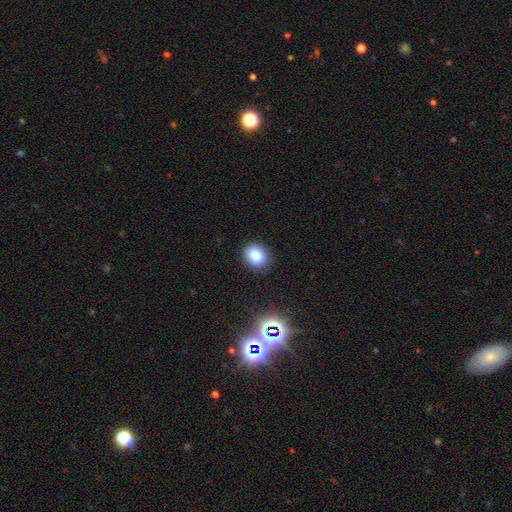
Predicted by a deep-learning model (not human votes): Overall: smooth (82%). How rounded: round (59%; in between 40%). Merging: none (88%).